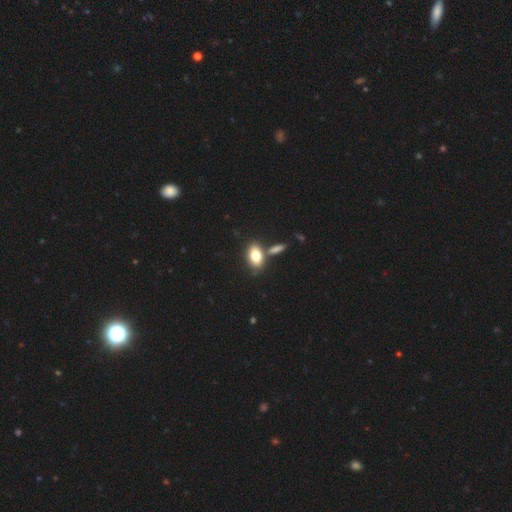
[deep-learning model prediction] smooth_or_featured: smooth (p=0.80) [alt: featured or disk p=0.12]
how_rounded: in between (p=0.87) [alt: round p=0.10]
merging: none (p=0.59) [alt: merger p=0.26]